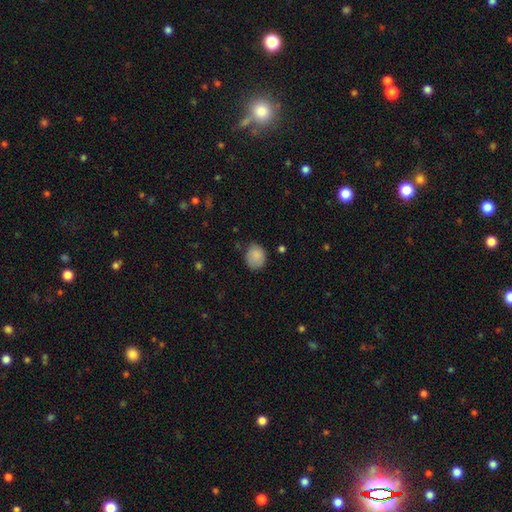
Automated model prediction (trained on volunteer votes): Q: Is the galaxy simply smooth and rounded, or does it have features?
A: smooth — 87%.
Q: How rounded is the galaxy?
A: round — 59%.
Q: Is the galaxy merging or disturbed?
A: none — 70%.